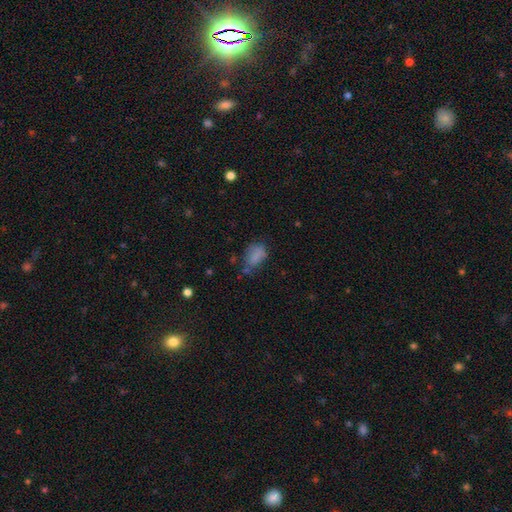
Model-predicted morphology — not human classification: Smooth or featured?
  - smooth: 76% *
  - star or artifact: 12%
  - featured or disk: 12%
How rounded?
  - in between: 84% *
  - round: 13%
  - cigar-shaped: 3%
Merging?
  - none: 47% *
  - minor disturbance: 31%
  - major disturbance: 15%
  - merger: 7%